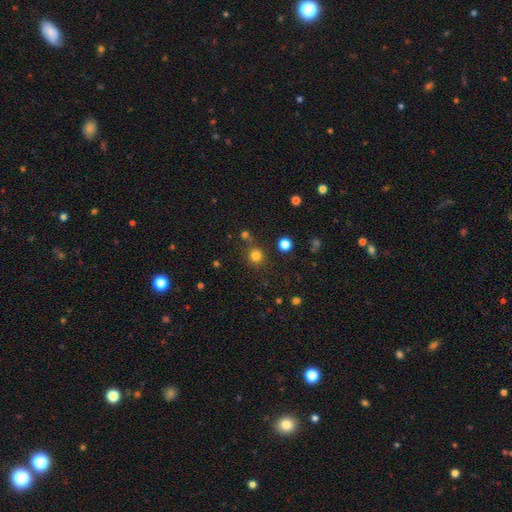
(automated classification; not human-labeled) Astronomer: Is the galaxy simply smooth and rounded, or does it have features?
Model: smooth — 79%.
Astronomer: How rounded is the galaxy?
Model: round — 91%.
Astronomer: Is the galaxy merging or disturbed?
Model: none — 80%.